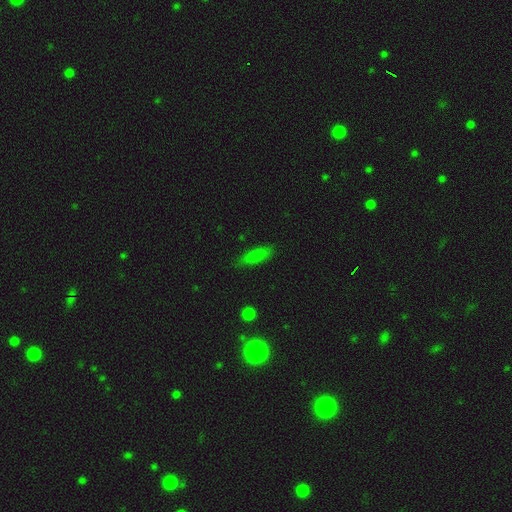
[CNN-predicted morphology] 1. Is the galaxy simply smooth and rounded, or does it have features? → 80% smooth, 11% featured or disk, 9% star or artifact.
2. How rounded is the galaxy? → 52% cigar-shaped, 45% in between, 2% round.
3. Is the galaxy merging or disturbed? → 81% none, 15% minor disturbance, 3% major disturbance, 2% merger.